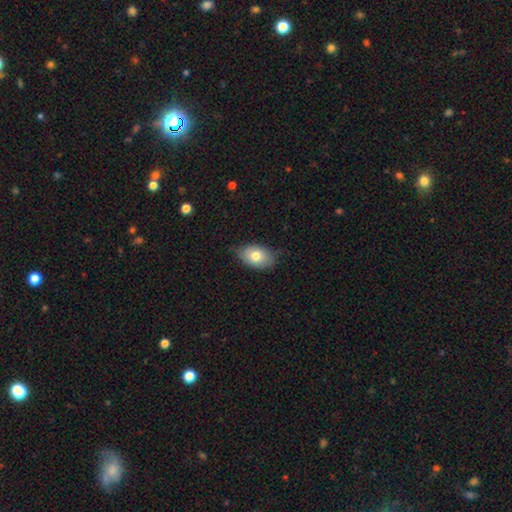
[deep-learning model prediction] A smooth galaxy with no disk features (75%) that is in between round and cigar-shaped (88%). Merging: none (75%).